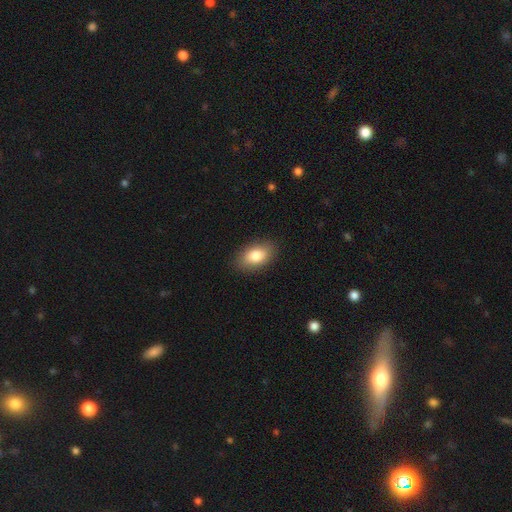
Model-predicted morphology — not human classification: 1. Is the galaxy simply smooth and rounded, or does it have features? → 82% smooth, 10% featured or disk, 7% star or artifact.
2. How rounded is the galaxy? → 90% in between, 8% round, 2% cigar-shaped.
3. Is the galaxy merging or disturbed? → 87% none, 9% minor disturbance, 2% major disturbance, 1% merger.